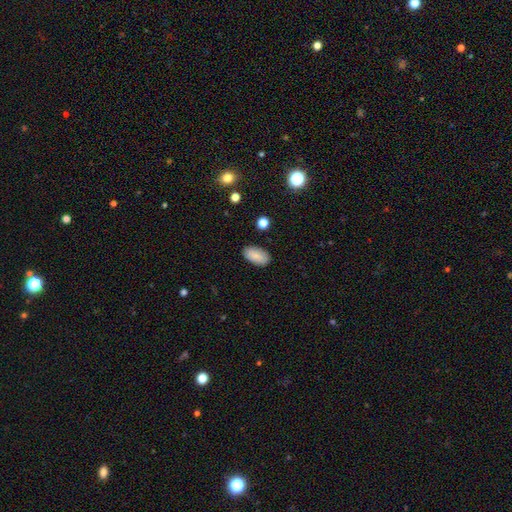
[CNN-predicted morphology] A smooth galaxy with no disk features (84%) that is in between round and cigar-shaped (94%).

Vote fractions:
- Smooth or featured? smooth: 84% / featured or disk: 8% / star or artifact: 7%
- How rounded? in between: 94% / round: 4% / cigar-shaped: 2%
- Merging? none: 87% / minor disturbance: 10% / major disturbance: 2% / merger: 1%